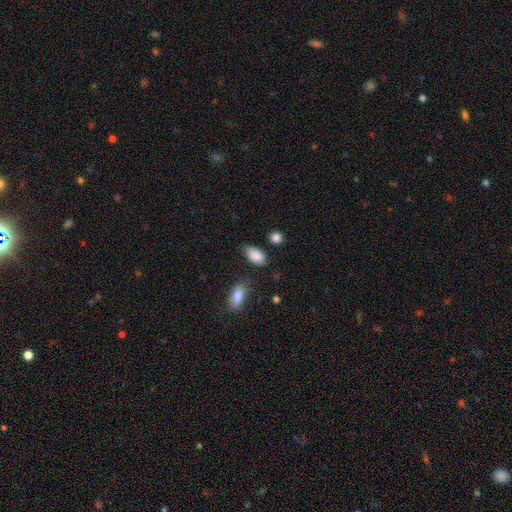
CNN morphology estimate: Q: Smooth or featured?
A: smooth (87%); runner-up: star or artifact (7%)
Q: How rounded?
A: in between (92%); runner-up: round (5%)
Q: Merging?
A: none (66%); runner-up: minor disturbance (25%)